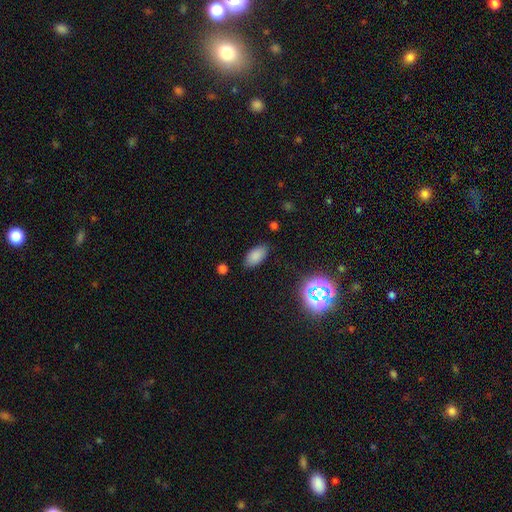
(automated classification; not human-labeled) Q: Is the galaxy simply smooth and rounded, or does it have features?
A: smooth — 81%.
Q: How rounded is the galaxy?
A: in between — 93%.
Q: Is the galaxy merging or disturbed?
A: none — 85%.